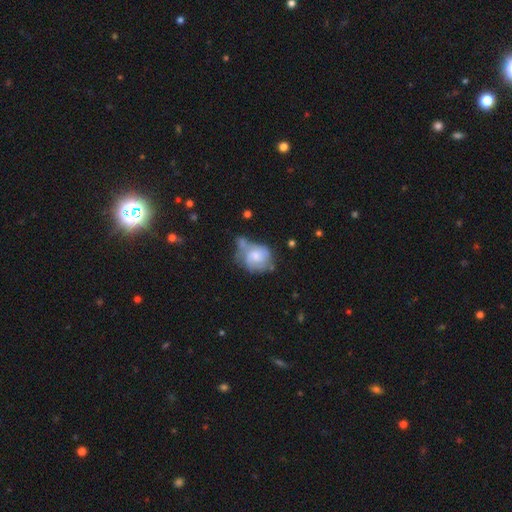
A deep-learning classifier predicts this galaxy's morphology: The model was most divided on "bulge size" (2-way tie): small: 43%, moderate: 43%, none: 7%, large: 6%, dominant: 1%. Remaining: edge-on disk — no (97%); spiral arms — yes (79%); bar — no (64%); smooth or featured — featured or disk (56%); merging — none (33%).